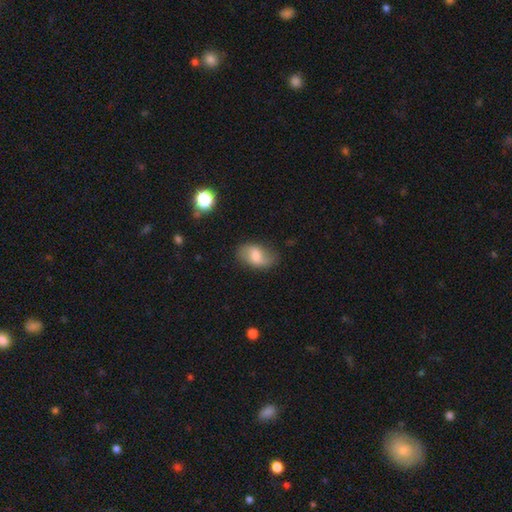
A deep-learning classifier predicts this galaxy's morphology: This appears to be a smooth galaxy with no disk features (58%) that is in between round and cigar-shaped (89%). Merging: none (72%).